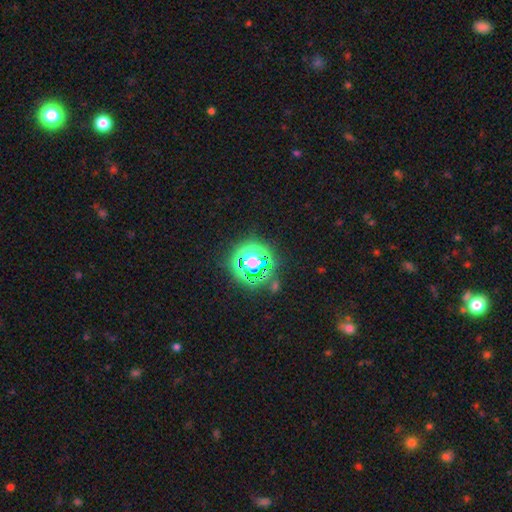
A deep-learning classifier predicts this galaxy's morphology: This is likely a star or artifact rather than a galaxy (65%).